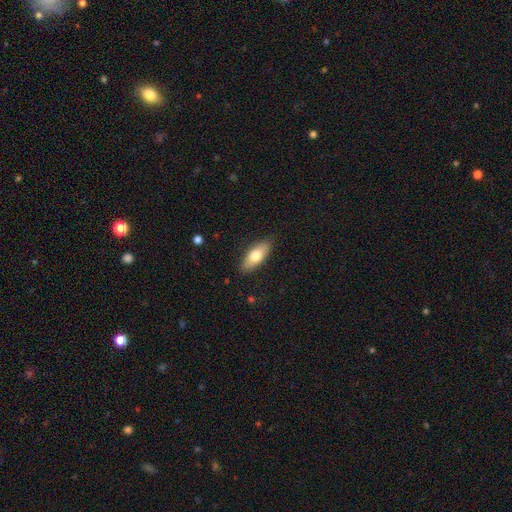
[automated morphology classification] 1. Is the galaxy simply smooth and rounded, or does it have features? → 70% smooth, 24% featured or disk, 6% star or artifact.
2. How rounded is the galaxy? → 74% in between, 23% cigar-shaped, 3% round.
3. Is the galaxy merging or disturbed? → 86% none, 11% minor disturbance, 2% major disturbance, 1% merger.